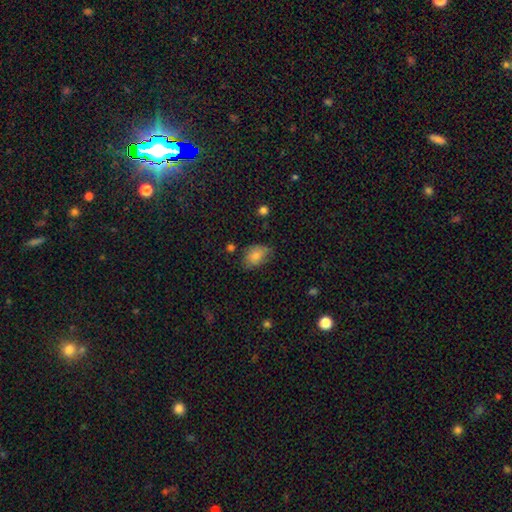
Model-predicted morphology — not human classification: smooth-or-featured: smooth: 75% | featured or disk: 14% | star or artifact: 11%
  how-rounded: in between: 77% | round: 21% | cigar-shaped: 1%
  merging: none: 65% | minor disturbance: 28% | major disturbance: 6% | merger: 2%